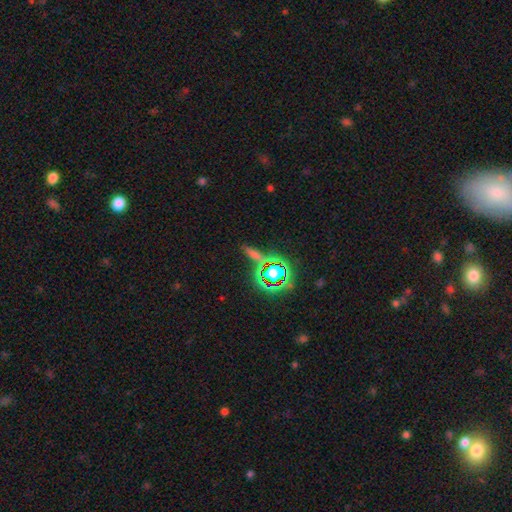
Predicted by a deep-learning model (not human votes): Smooth or featured? star or artifact (62%)